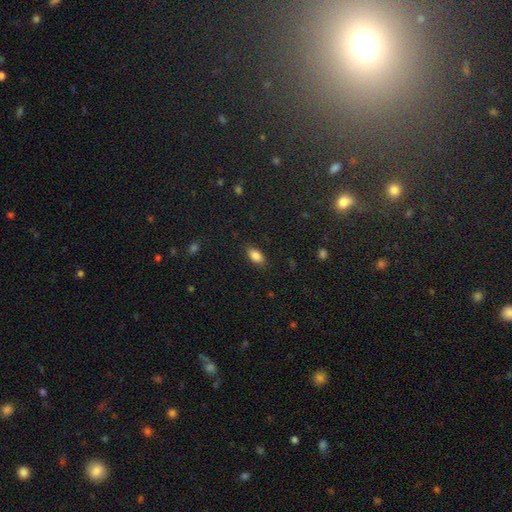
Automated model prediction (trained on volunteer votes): Overall: smooth (86%). How rounded: in between (90%). Merging: none (85%).